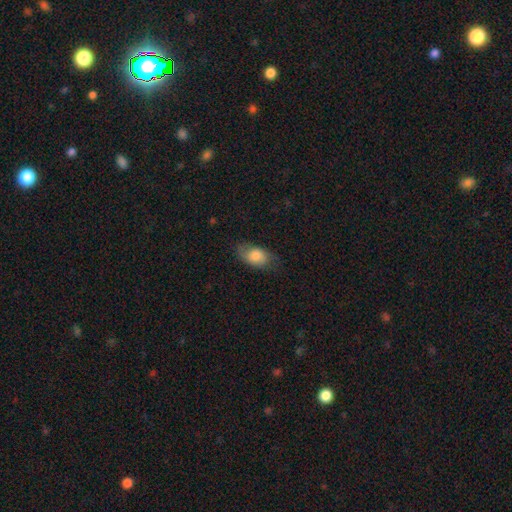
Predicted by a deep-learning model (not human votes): A smooth galaxy with no disk features (75%) that is in between round and cigar-shaped (88%).

Vote fractions:
- Smooth or featured? smooth: 75% / featured or disk: 18% / star or artifact: 7%
- How rounded? in between: 88% / round: 10% / cigar-shaped: 3%
- Merging? none: 66% / minor disturbance: 24% / major disturbance: 9% / merger: 1%